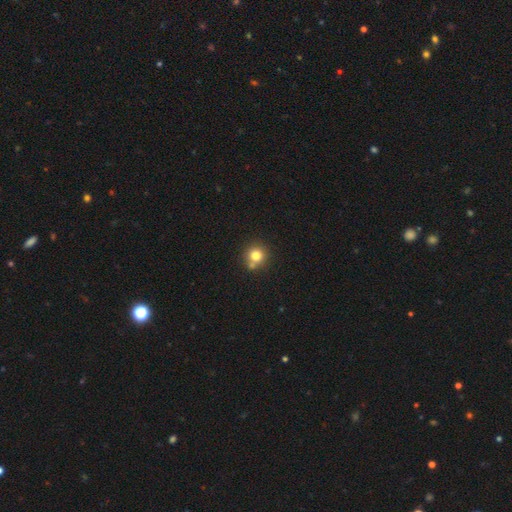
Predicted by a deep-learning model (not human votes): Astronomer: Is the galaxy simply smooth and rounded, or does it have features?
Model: smooth — 78%.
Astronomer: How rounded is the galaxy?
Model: round — 90%.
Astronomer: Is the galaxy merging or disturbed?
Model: none — 66%.